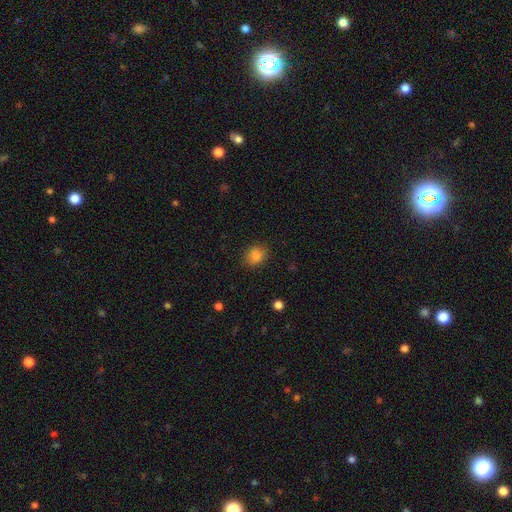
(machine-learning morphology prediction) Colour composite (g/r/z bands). It shows a smooth galaxy with no disk features (85%) that is round (66%). Merging: none (85%).